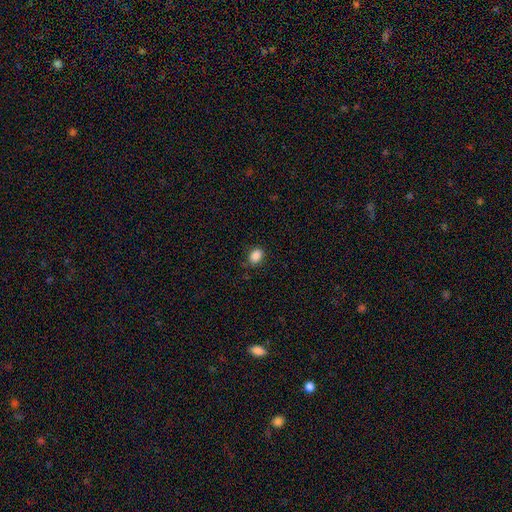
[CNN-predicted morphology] The model was most divided on "how rounded": in between: 68%, round: 30%, cigar-shaped: 1%. More confident: smooth or featured — smooth (87%); merging — none (80%).